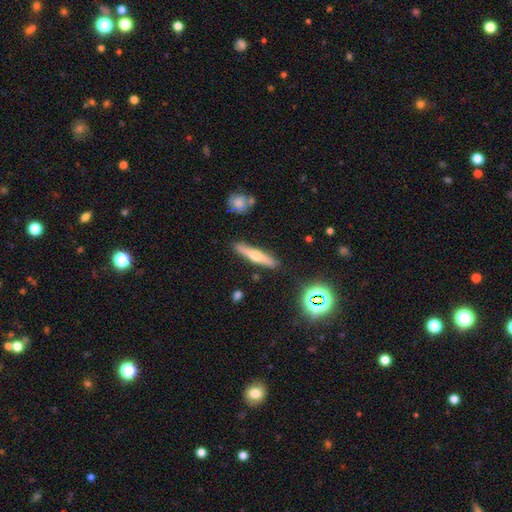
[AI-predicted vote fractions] Smooth or featured? Predicted: featured or disk (p=0.50). Merging? Predicted: none (p=0.88).